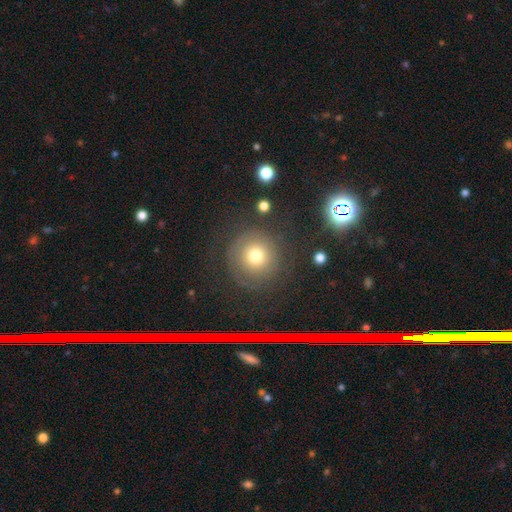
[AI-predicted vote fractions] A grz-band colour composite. It shows a smooth galaxy with no disk features (63%) that is round (95%). Merging: none (78%).